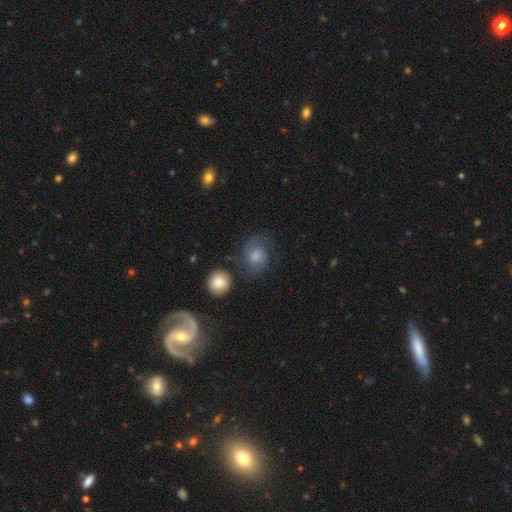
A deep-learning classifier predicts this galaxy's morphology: featured or disk 48%, smooth 43%, star or artifact 9%. Down the decision tree: merging — none (58%).